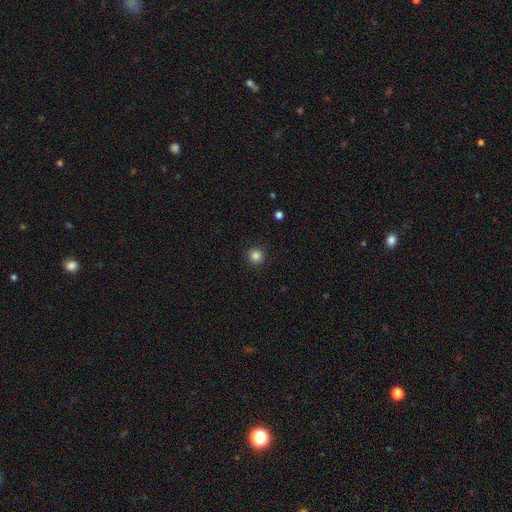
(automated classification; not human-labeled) A smooth galaxy with no disk features (85%) that is round (94%).

Vote fractions:
- Smooth or featured? smooth: 85% / star or artifact: 11% / featured or disk: 4%
- How rounded? round: 94% / in between: 5% / cigar-shaped: 1%
- Merging? none: 92% / minor disturbance: 5% / major disturbance: 2% / merger: 1%